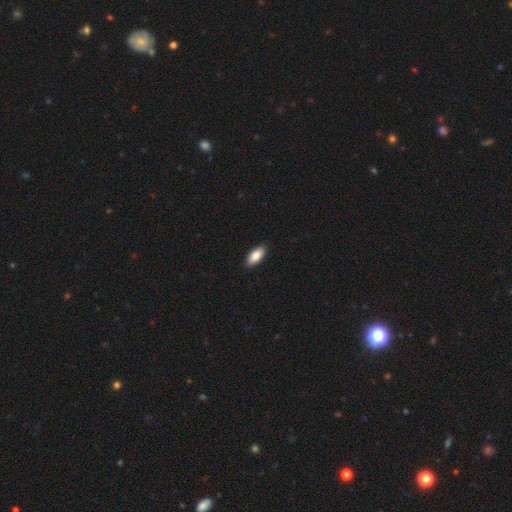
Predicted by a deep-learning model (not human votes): This appears to be a smooth galaxy with no disk features (86%) that is in between round and cigar-shaped (88%). Merging: none (90%).